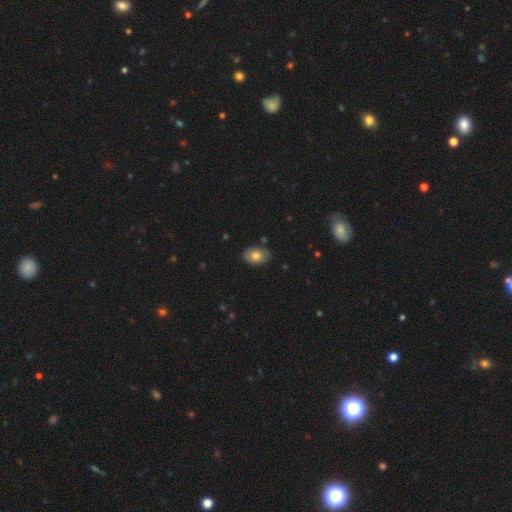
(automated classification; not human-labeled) Smooth or featured: smooth — 78% (featured or disk — 15%)
How rounded: in between — 82% (round — 17%)
Merging: none — 84% (minor disturbance — 12%)